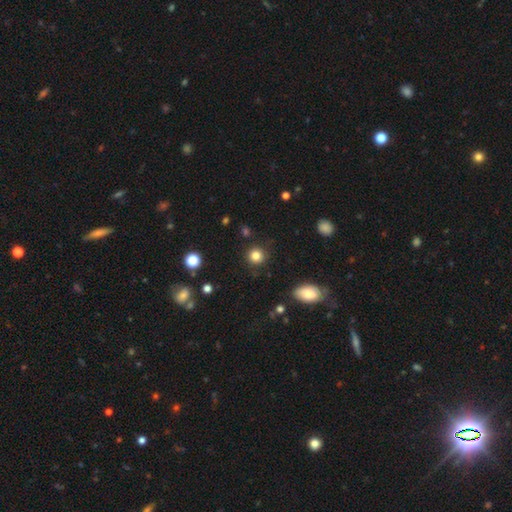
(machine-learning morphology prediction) Overall: smooth (83%). How rounded: round (91%). Merging: none (88%).